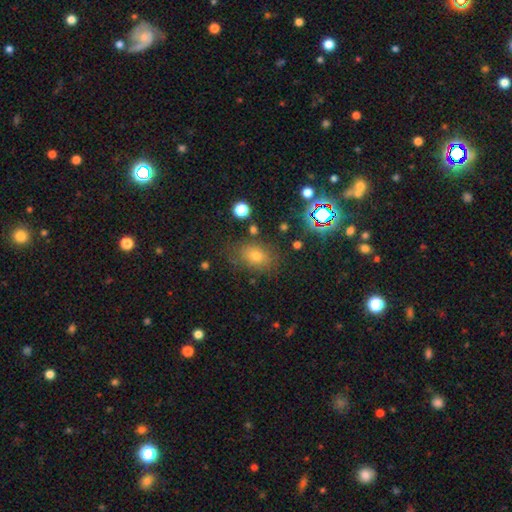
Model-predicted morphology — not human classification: type=smooth (65%); roundness=in between (70%); merging=none (76%).